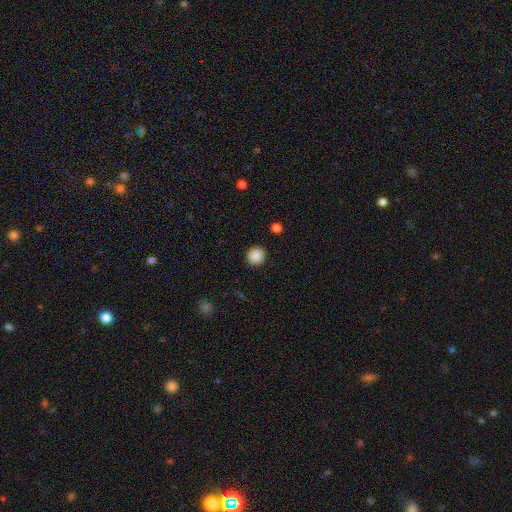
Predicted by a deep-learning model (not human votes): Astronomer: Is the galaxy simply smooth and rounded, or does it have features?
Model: smooth — 88%.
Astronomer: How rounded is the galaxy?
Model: round — 90%.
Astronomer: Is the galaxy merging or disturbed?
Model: none — 90%.